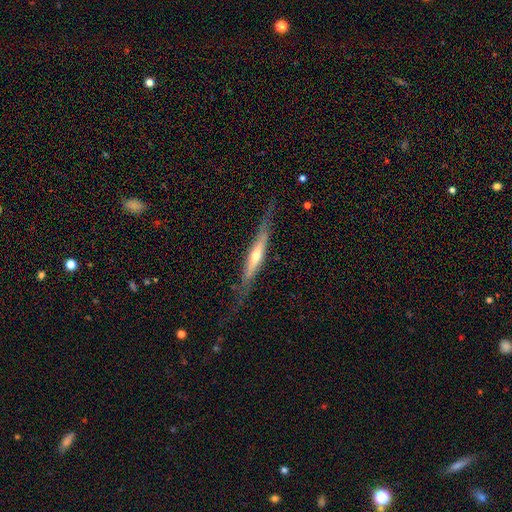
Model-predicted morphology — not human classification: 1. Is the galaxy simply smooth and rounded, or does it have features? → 66% featured or disk, 28% smooth, 5% star or artifact.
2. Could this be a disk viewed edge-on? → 90% yes, 10% no.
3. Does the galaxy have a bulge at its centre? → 75% rounded, 19% none, 7% boxy.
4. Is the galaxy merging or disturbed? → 72% none, 18% minor disturbance, 8% major disturbance, 2% merger.